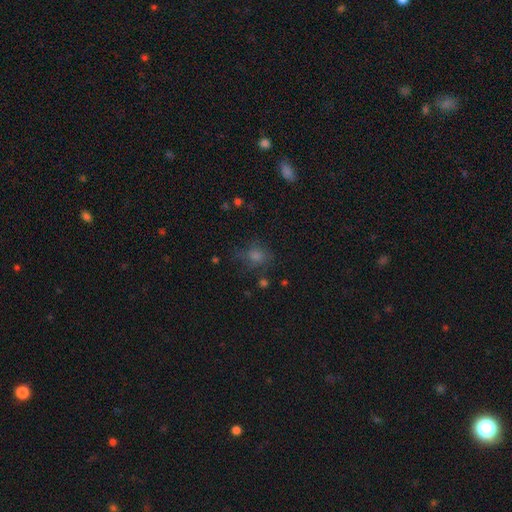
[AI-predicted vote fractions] smooth-or-featured: smooth: 57% | star or artifact: 30% | featured or disk: 13%
  how-rounded: round: 72% | in between: 27% | cigar-shaped: 2%
  merging: none: 67% | minor disturbance: 18% | major disturbance: 11% | merger: 4%